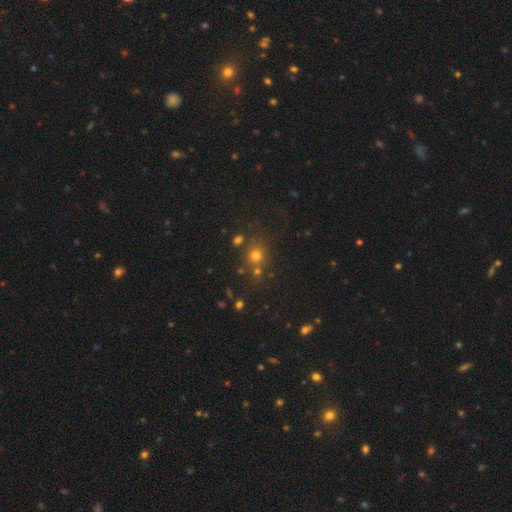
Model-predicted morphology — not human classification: Smooth or featured: smooth — 65% (star or artifact — 26%)
How rounded: round — 84% (in between — 15%)
Merging: none — 70% (merger — 15%)